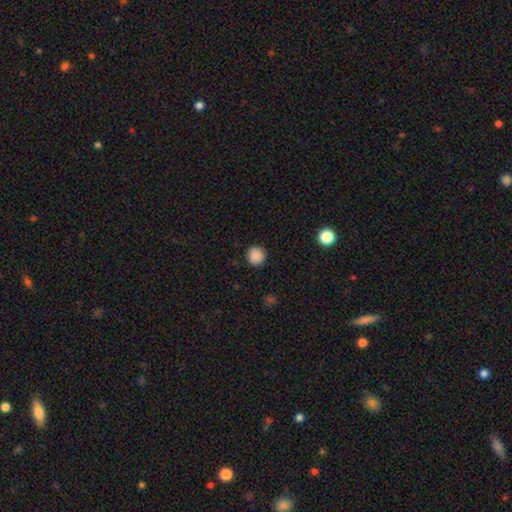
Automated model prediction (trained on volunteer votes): The model was most divided on "smooth or featured": smooth: 88%, star or artifact: 10%, featured or disk: 3%. More confident: how rounded — round (95%); merging — none (91%).